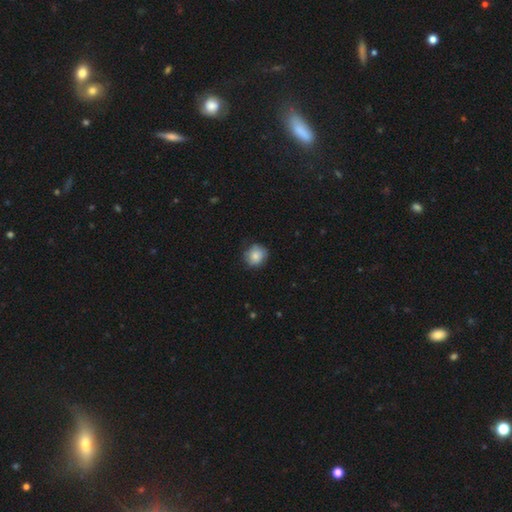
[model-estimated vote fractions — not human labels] Smooth or featured?
  - smooth: 80% *
  - featured or disk: 12%
  - star or artifact: 8%
How rounded?
  - round: 82% *
  - in between: 17%
  - cigar-shaped: 1%
Merging?
  - none: 75% *
  - minor disturbance: 20%
  - major disturbance: 4%
  - merger: 1%